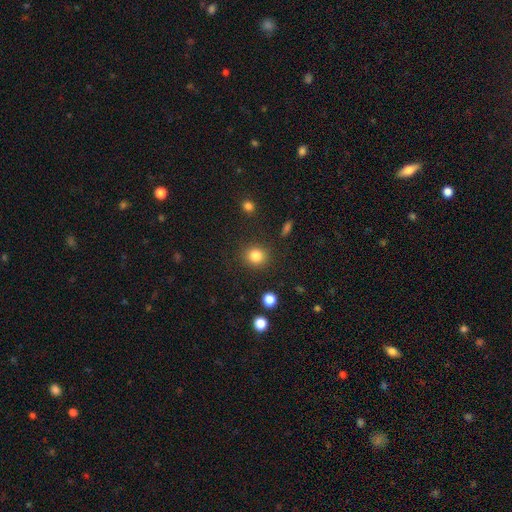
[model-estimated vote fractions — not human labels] The model was most divided on "smooth or featured": smooth: 83%, star or artifact: 11%, featured or disk: 6%. More confident: merging — none (88%); how rounded — round (86%).